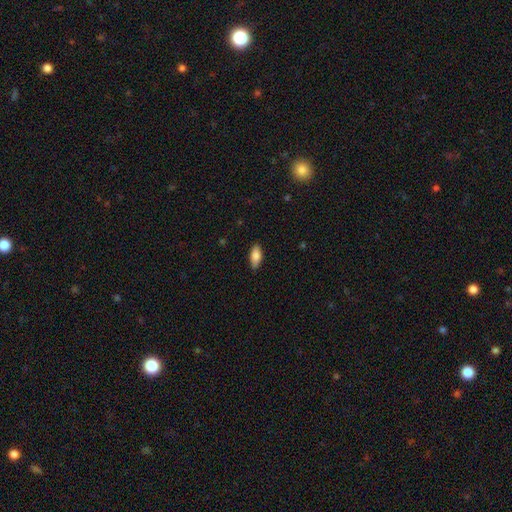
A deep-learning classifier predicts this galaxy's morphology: smooth-or-featured: smooth: 82% | featured or disk: 12% | star or artifact: 6%
  how-rounded: in between: 83% | cigar-shaped: 14% | round: 2%
  merging: none: 87% | minor disturbance: 10% | major disturbance: 2% | merger: 1%